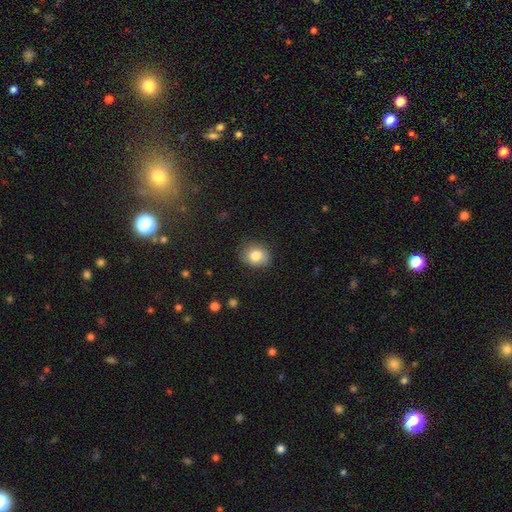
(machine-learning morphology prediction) smooth_or_featured: smooth (p=0.84) [alt: star or artifact p=0.09]
how_rounded: round (p=0.57) [alt: in between p=0.42]
merging: none (p=0.79) [alt: minor disturbance p=0.16]